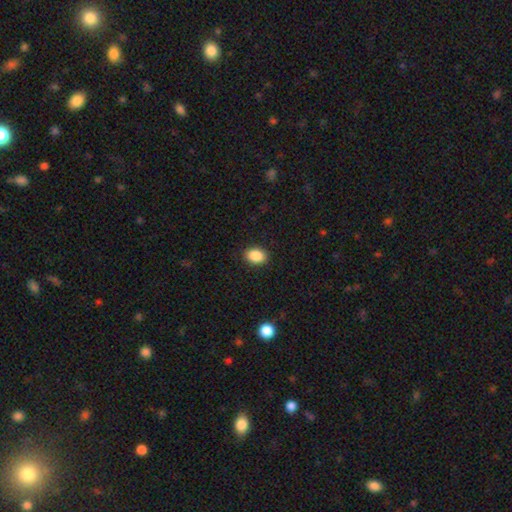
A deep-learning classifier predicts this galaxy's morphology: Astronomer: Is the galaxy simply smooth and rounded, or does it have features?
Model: smooth — 89%.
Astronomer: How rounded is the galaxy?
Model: in between — 77%.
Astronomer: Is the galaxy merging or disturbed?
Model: none — 90%.